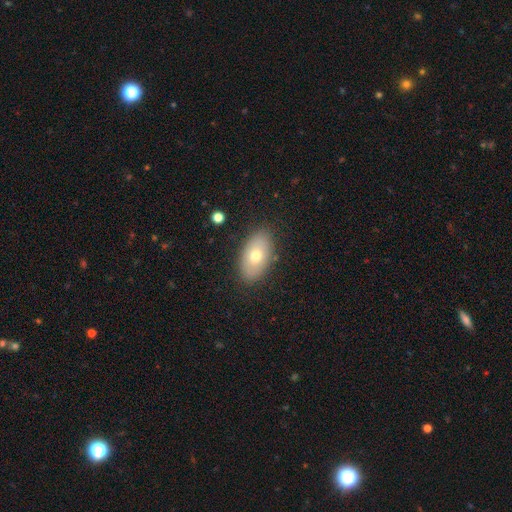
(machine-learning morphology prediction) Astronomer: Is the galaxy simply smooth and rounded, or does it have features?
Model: smooth — 68%.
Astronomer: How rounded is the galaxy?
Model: in between — 92%.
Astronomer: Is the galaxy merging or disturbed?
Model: none — 87%.